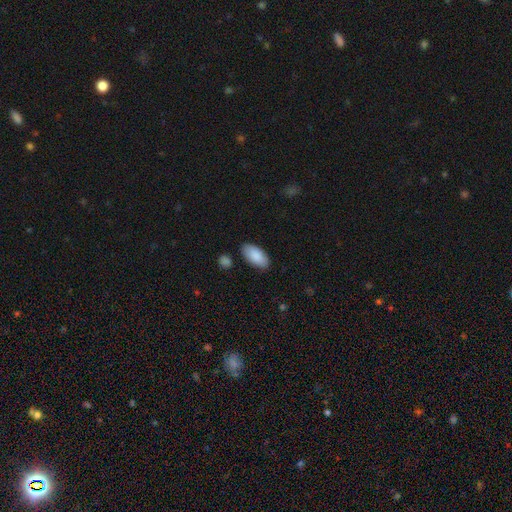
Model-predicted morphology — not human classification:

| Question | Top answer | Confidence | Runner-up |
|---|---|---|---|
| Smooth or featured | smooth | 89% | star or artifact (6%) |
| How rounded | in between | 94% | cigar-shaped (5%) |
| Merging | none | 85% | minor disturbance (10%) |